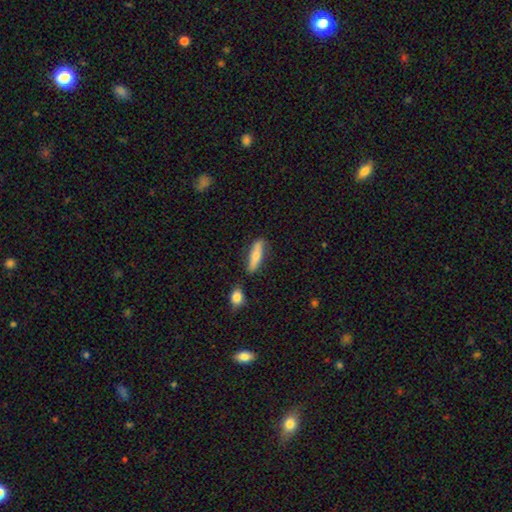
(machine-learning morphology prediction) Smooth or featured? smooth (65%)
How rounded? cigar-shaped (68%)
Merging? none (74%)